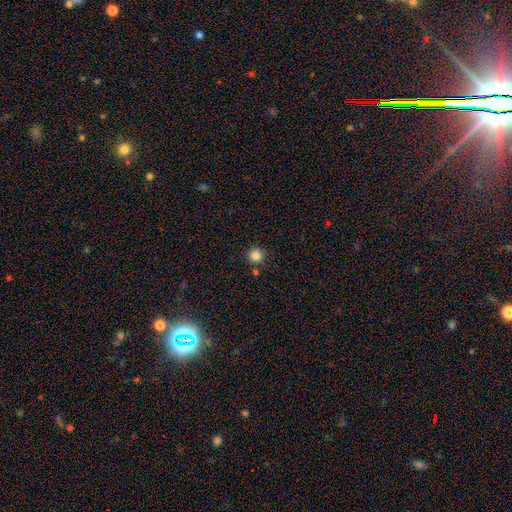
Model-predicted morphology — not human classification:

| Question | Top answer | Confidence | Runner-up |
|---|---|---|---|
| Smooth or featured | smooth | 83% | star or artifact (12%) |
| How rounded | round | 94% | in between (5%) |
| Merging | none | 85% | minor disturbance (8%) |